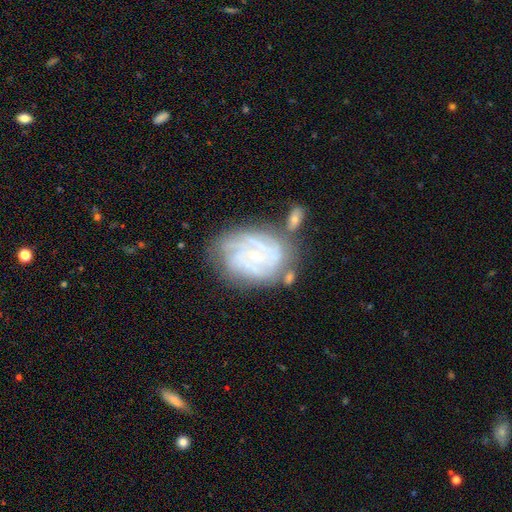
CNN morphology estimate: featured or disk 82%, smooth 11%, star or artifact 7%. Down the decision tree: edge-on disk — no (97%); bar — no (65%); spiral arms — yes (93%); spiral arm count — can't tell (34%); spiral winding — tight (71%); bulge size — small (75%); merging — none (55%).